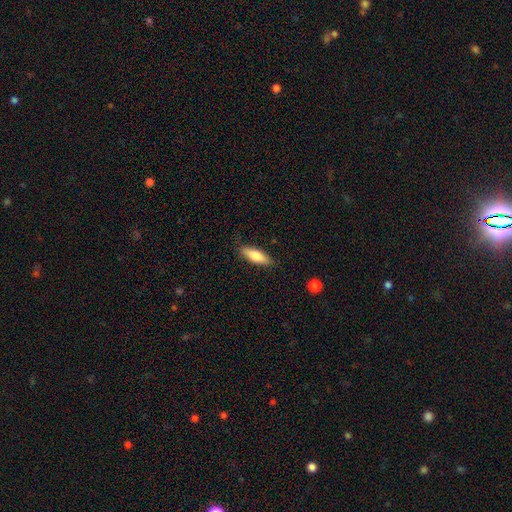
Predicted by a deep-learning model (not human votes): smooth 74%, featured or disk 20%, star or artifact 6%. Down the decision tree: how rounded — in between (54%); merging — none (85%).